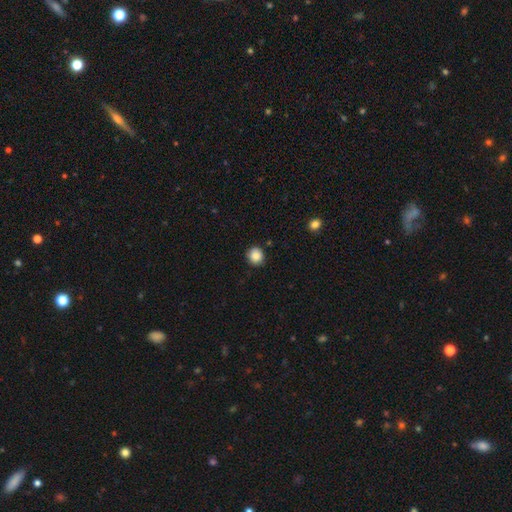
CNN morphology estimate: Smooth or featured? Predicted: smooth (p=0.86). How rounded? Predicted: round (p=0.88). Merging? Predicted: none (p=0.88).